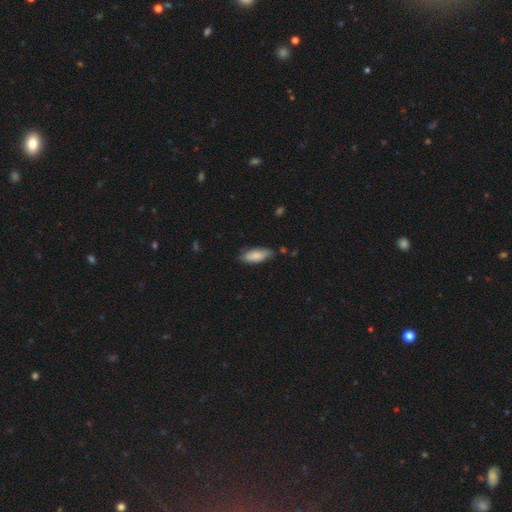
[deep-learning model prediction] smooth 83%, featured or disk 11%, star or artifact 6%. Down the decision tree: how rounded — in between (74%); merging — none (71%).